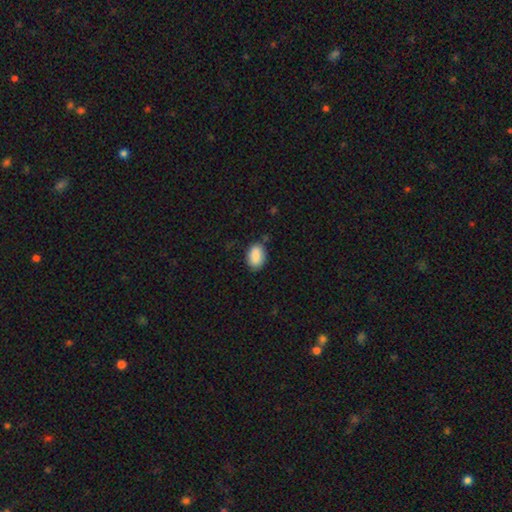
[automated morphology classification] Smooth or featured? smooth (89%)
How rounded? in between (88%)
Merging? none (78%)